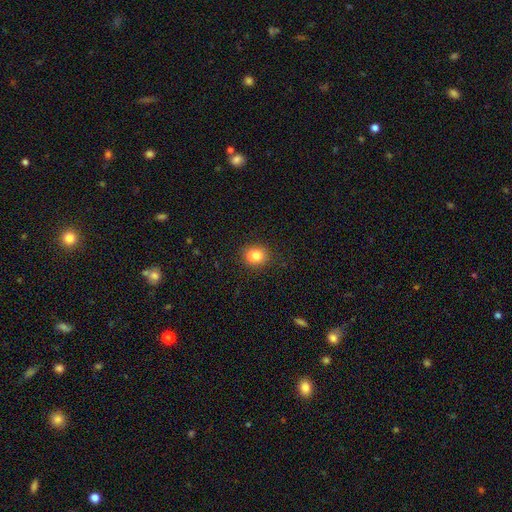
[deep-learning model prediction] Smooth or featured: smooth — 83% (star or artifact — 10%)
How rounded: round — 74% (in between — 25%)
Merging: none — 88% (minor disturbance — 8%)